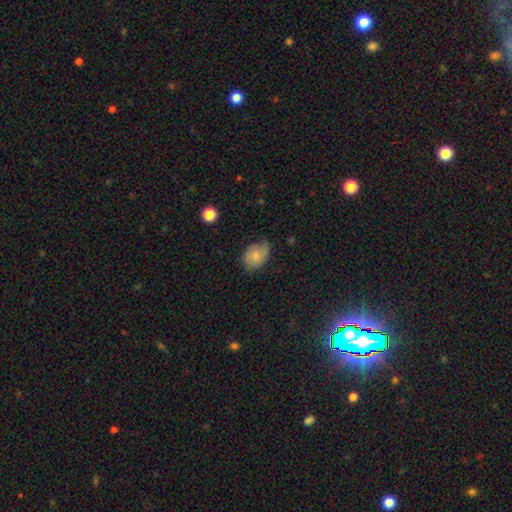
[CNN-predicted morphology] Smooth or featured?
  - smooth: 69% *
  - featured or disk: 23%
  - star or artifact: 8%
How rounded?
  - in between: 74% *
  - round: 25%
  - cigar-shaped: 1%
Merging?
  - none: 63% *
  - minor disturbance: 29%
  - major disturbance: 7%
  - merger: 1%